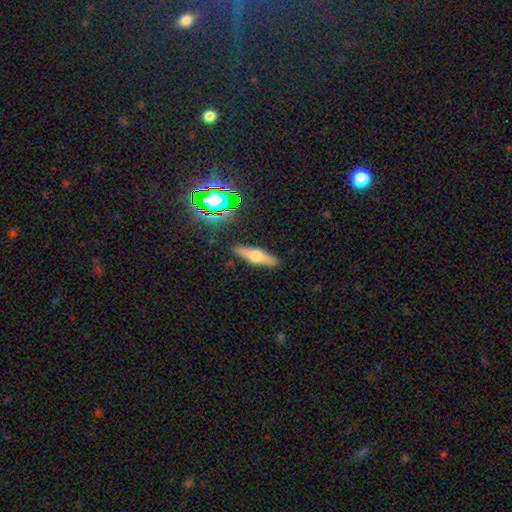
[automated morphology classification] type=featured or disk (53%); edge-on=yes (93%); merging=none (88%).